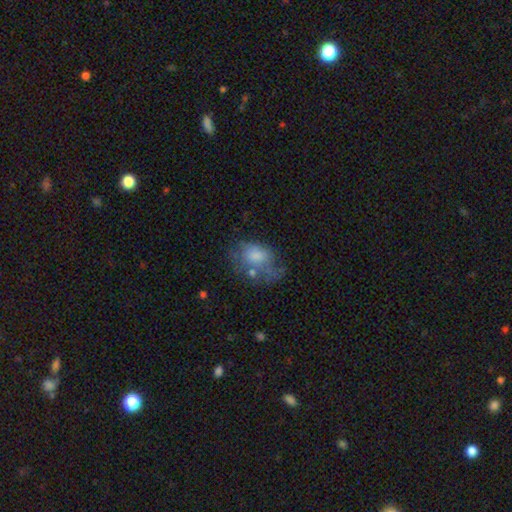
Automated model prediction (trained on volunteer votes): The model was most divided on "merging": none: 34%, major disturbance: 30%, minor disturbance: 27%, merger: 9%. More confident: how rounded — in between (77%); smooth or featured — smooth (61%).